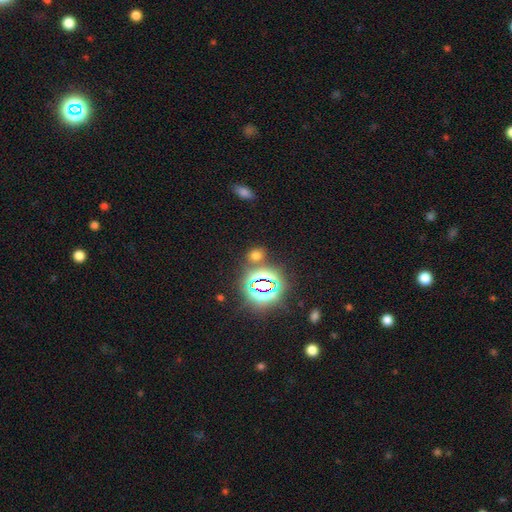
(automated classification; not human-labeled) Smooth or featured? Predicted: smooth (p=0.53). How rounded? Predicted: round (p=0.54). Merging? Predicted: none (p=0.77).